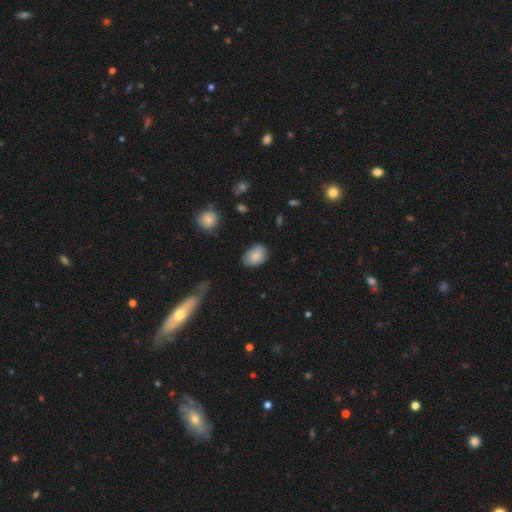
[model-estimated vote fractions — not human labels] smooth 81%, featured or disk 12%, star or artifact 8%. Down the decision tree: how rounded — in between (81%); merging — none (69%).